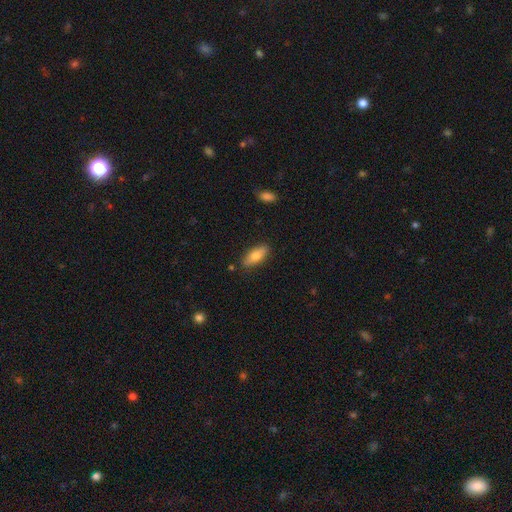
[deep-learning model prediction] The model was most divided on "how rounded": in between: 74%, cigar-shaped: 24%, round: 3%. More confident: merging — none (84%); smooth or featured — smooth (73%).